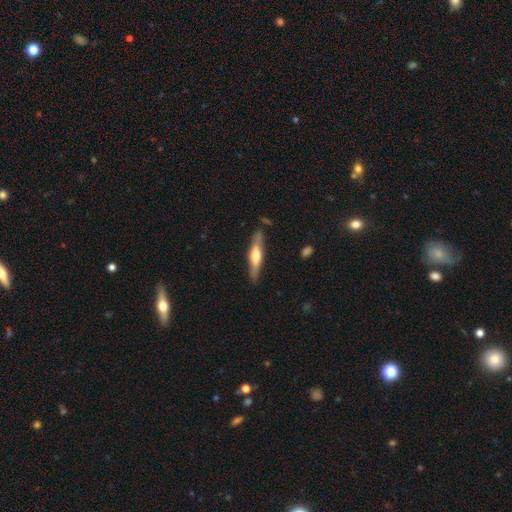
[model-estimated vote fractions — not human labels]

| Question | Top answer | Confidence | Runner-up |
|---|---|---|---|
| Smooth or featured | featured or disk | 54% | smooth (40%) |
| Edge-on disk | yes | 89% | no (11%) |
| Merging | none | 82% | minor disturbance (13%) |